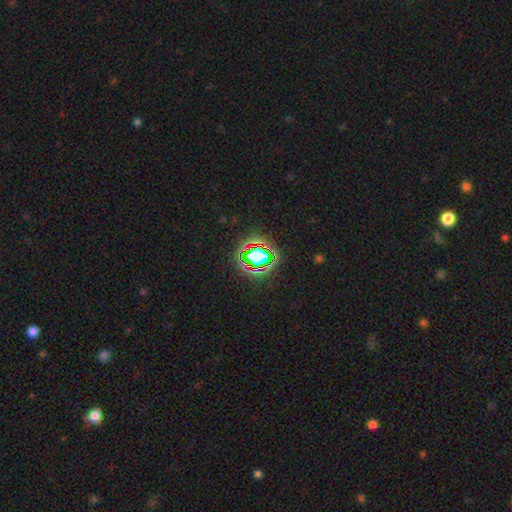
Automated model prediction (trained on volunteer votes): Overall: star or artifact (60%; smooth 24%).